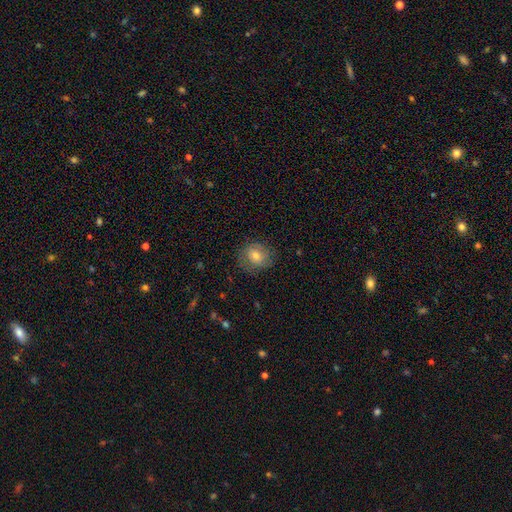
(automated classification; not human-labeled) smooth-or-featured: smooth: 66% | featured or disk: 24% | star or artifact: 11%
  how-rounded: round: 76% | in between: 23% | cigar-shaped: 1%
  merging: none: 77% | minor disturbance: 16% | major disturbance: 6% | merger: 1%